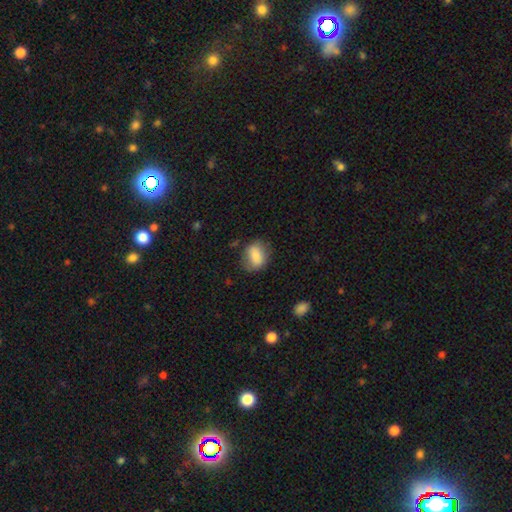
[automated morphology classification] smooth-or-featured: smooth: 77% | featured or disk: 15% | star or artifact: 8%
  how-rounded: in between: 61% | round: 37% | cigar-shaped: 2%
  merging: none: 73% | minor disturbance: 19% | major disturbance: 6% | merger: 2%